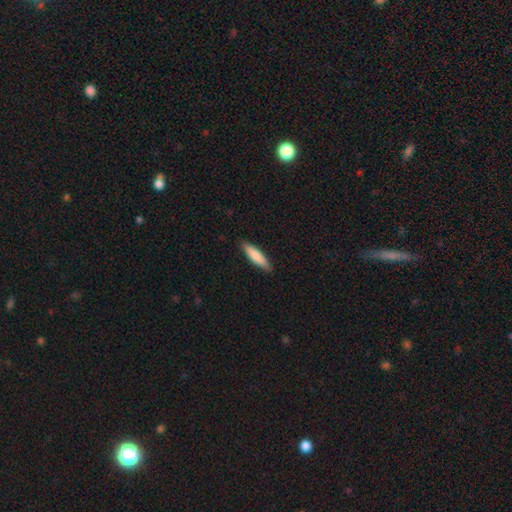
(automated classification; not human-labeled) This is likely a smooth galaxy (79%). How rounded: likely cigar-shaped (73%). Merging: clearly none (89%).